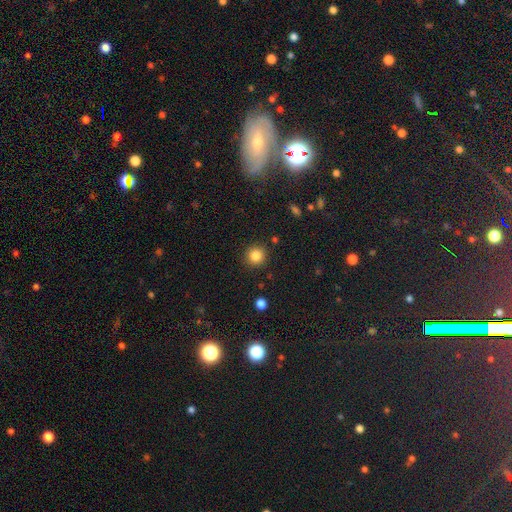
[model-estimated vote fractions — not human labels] Smooth or featured? smooth (84%)
How rounded? round (93%)
Merging? none (90%)